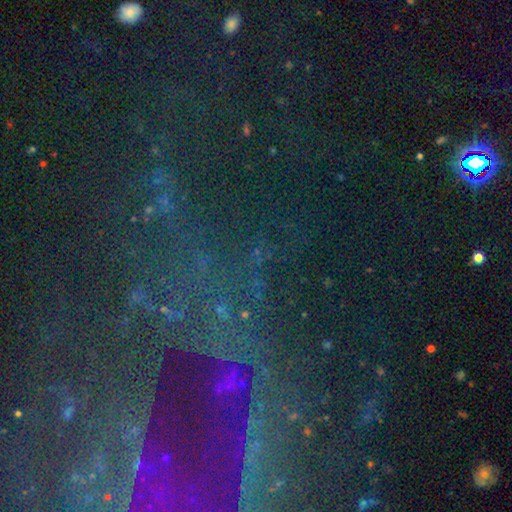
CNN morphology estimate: type=star or artifact (71%).